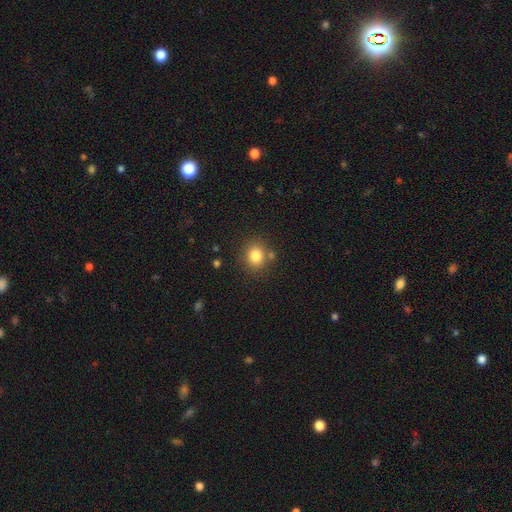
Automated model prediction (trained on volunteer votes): A smooth galaxy with no disk features (82%) that is round (75%).

Vote fractions:
- Smooth or featured? smooth: 82% / star or artifact: 11% / featured or disk: 7%
- How rounded? round: 75% / in between: 24% / cigar-shaped: 1%
- Merging? none: 78% / minor disturbance: 11% / merger: 8% / major disturbance: 3%